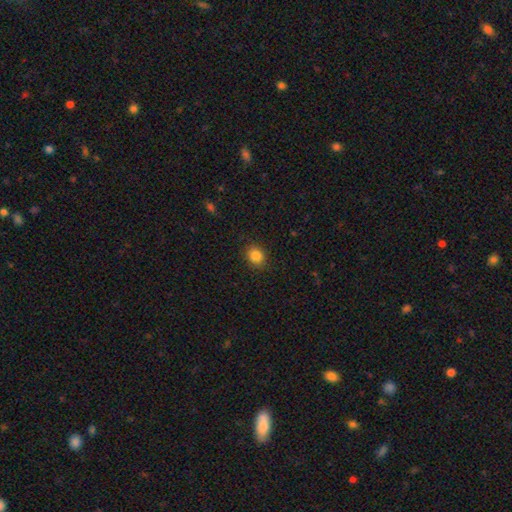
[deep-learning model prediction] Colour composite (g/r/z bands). It shows a smooth galaxy with no disk features (85%) that is round (61%). Merging: none (89%).